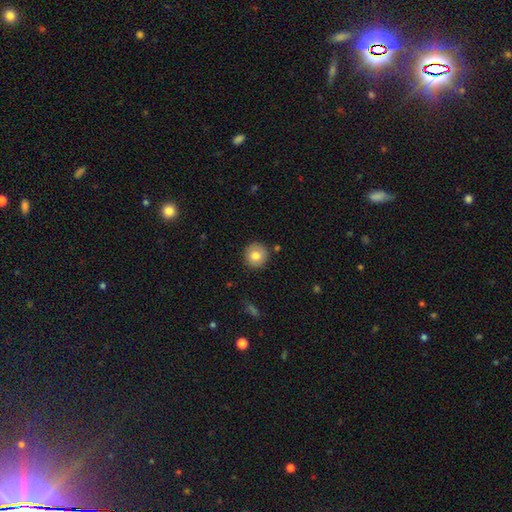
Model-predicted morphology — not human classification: Smooth or featured: smooth — 79% (featured or disk — 12%)
How rounded: round — 94% (in between — 5%)
Merging: none — 89% (minor disturbance — 7%)